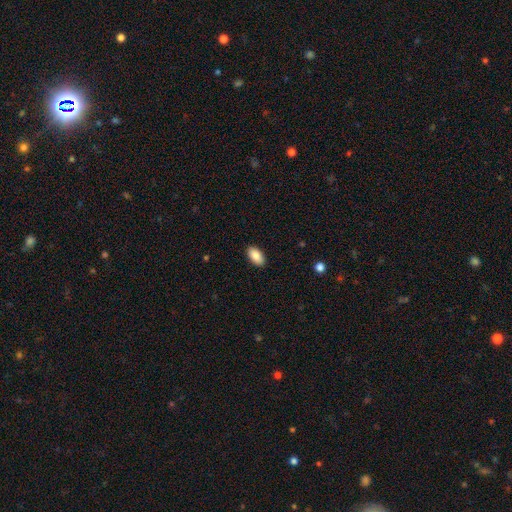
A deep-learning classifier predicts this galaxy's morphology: A smooth galaxy with no disk features (89%) that is in between round and cigar-shaped (95%).

Vote fractions:
- Smooth or featured? smooth: 89% / star or artifact: 7% / featured or disk: 5%
- How rounded? in between: 95% / round: 3% / cigar-shaped: 2%
- Merging? none: 89% / minor disturbance: 8% / major disturbance: 2% / merger: 1%